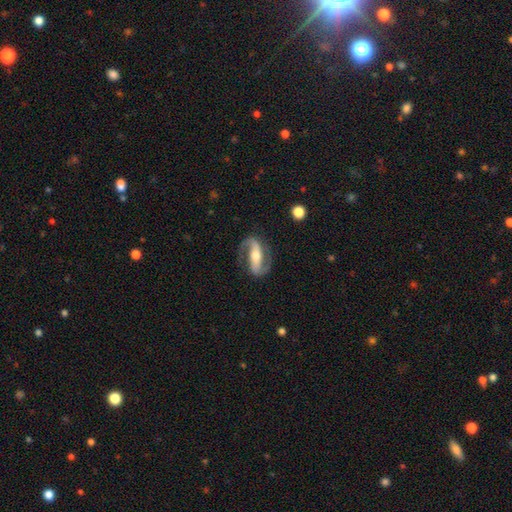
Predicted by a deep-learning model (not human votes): This is clearly a featured or disk galaxy (88%). It is clearly not viewed edge-on (93%). Bar: likely strong (64%). Spiral arm pattern: clearly yes (95%). Spiral arm count: clearly 2 (91%). Spiral winding: possibly medium (49%). Central bulge: likely moderate (62%). Merging: likely none (80%).